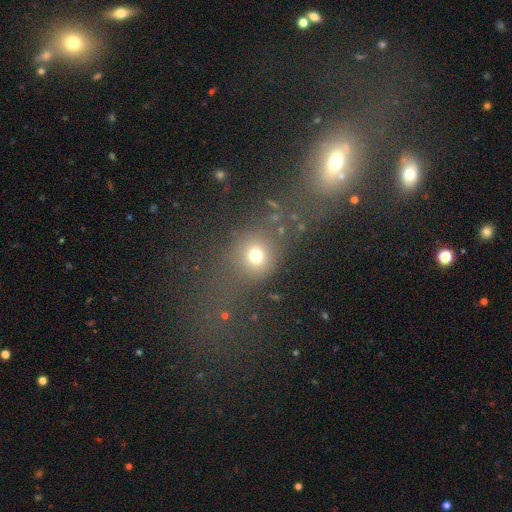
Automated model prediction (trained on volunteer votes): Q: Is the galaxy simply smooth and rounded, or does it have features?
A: smooth — 38%.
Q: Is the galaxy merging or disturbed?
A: merger — 61%.